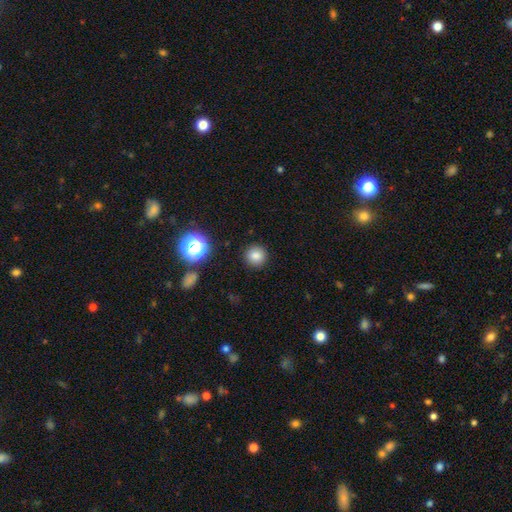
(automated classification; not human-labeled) A smooth galaxy with no disk features (82%) that is round (93%). Merging: none (91%).